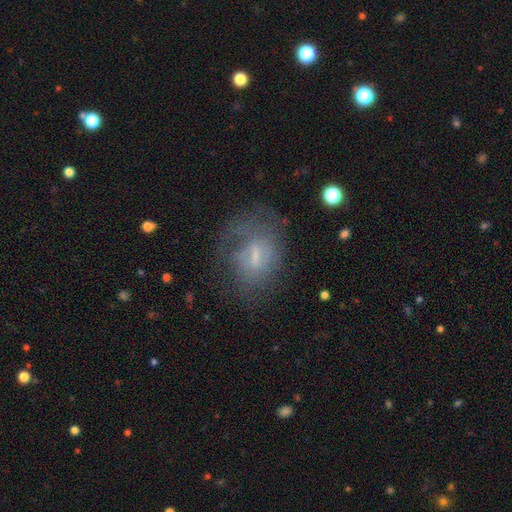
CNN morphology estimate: smooth_or_featured: featured or disk (p=0.55) [alt: smooth p=0.33]
disk_edge_on: no (p=0.94) [alt: yes p=0.06]
bar: weak (p=0.51) [alt: no p=0.29]
has_spiral_arms: yes (p=0.51) [alt: no p=0.49]
bulge_size: small (p=0.47) [alt: moderate p=0.27]
merging: none (p=0.47) [alt: major disturbance p=0.27]